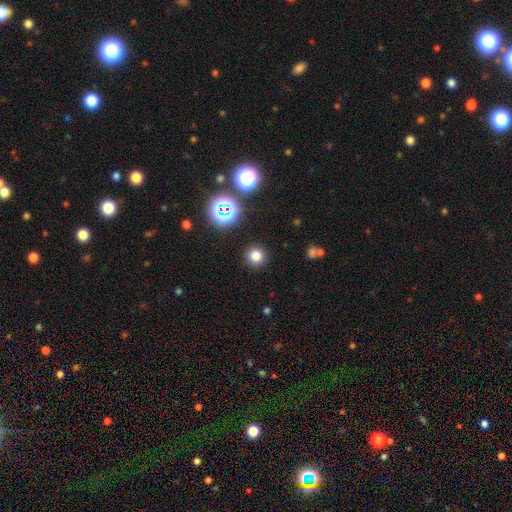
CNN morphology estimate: type=smooth (76%); roundness=round (94%); merging=none (90%).